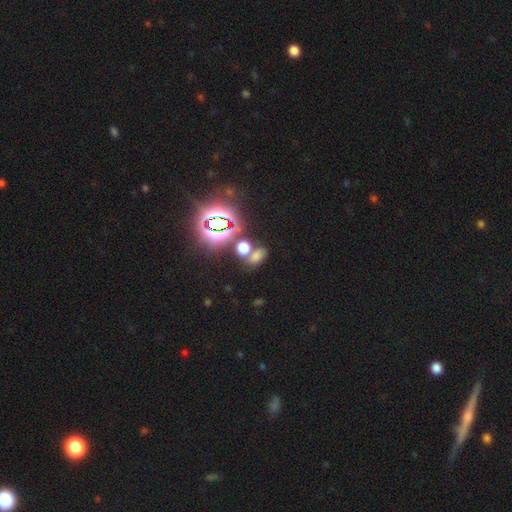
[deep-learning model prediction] smooth-or-featured: smooth: 57% | star or artifact: 34% | featured or disk: 9%
  how-rounded: in between: 75% | round: 22% | cigar-shaped: 3%
  merging: none: 51% | merger: 31% | minor disturbance: 11% | major disturbance: 6%